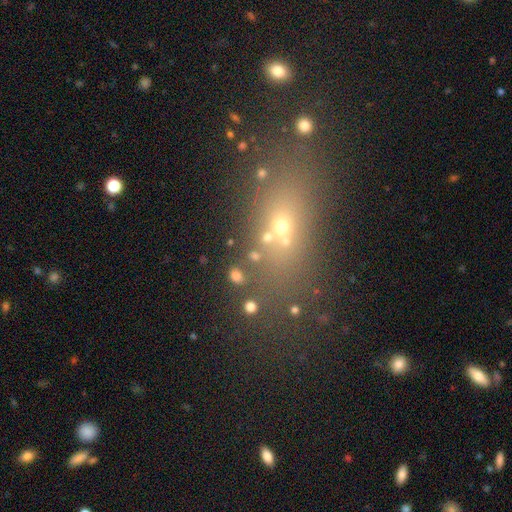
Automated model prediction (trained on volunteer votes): This is marginally a smooth galaxy (43%). Merging: likely none (61%).